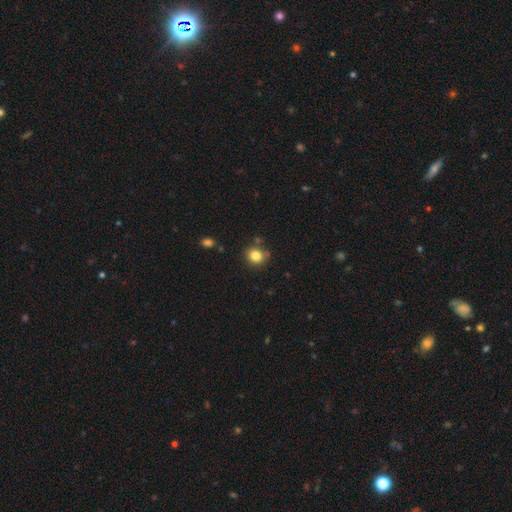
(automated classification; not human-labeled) The model was most divided on "how rounded": round: 85%, in between: 14%, cigar-shaped: 1%. More confident: smooth or featured — smooth (83%); merging — none (82%).